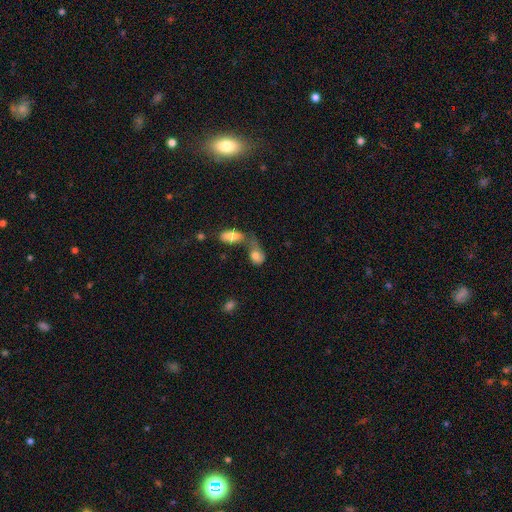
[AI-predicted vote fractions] Smooth or featured? smooth (77%)
How rounded? in between (74%)
Merging? merger (60%)